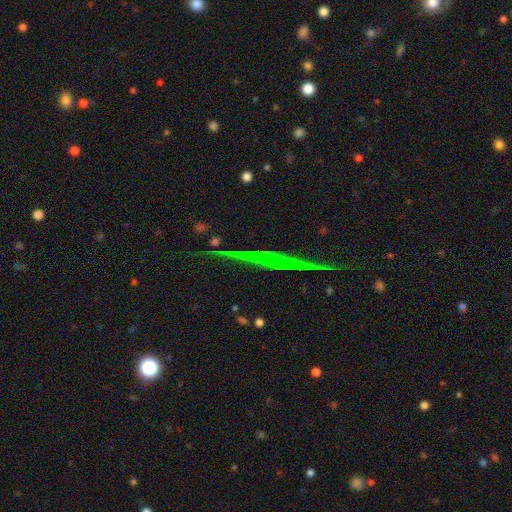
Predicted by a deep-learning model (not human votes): smooth_or_featured: star or artifact (p=0.73) [alt: featured or disk p=0.16]